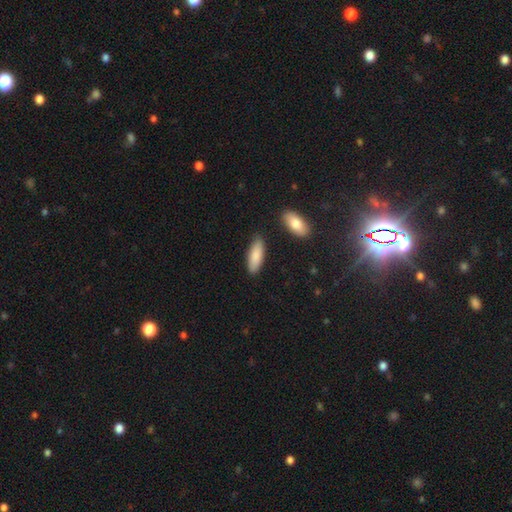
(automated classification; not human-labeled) Overall: smooth (86%). How rounded: in between (67%; cigar-shaped 31%). Merging: none (84%).